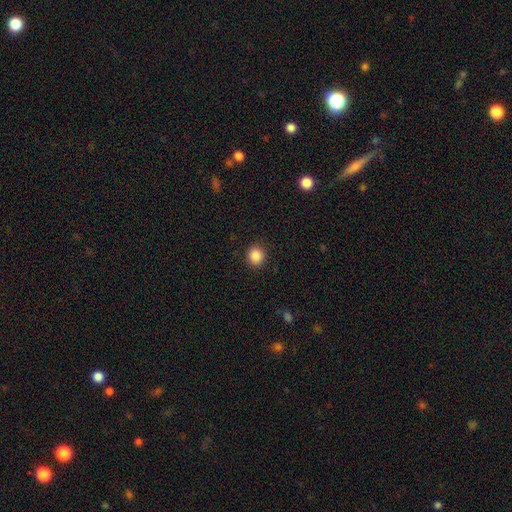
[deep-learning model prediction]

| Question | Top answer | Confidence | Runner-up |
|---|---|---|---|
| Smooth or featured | smooth | 87% | star or artifact (10%) |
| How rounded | round | 88% | in between (11%) |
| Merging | none | 91% | minor disturbance (6%) |